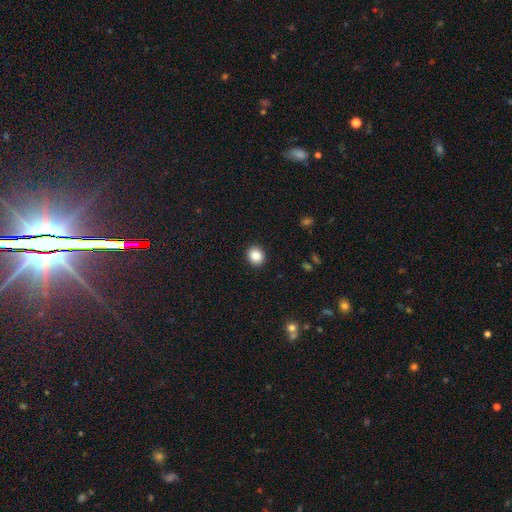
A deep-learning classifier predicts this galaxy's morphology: Overall: smooth (85%). How rounded: round (78%). Merging: none (92%).